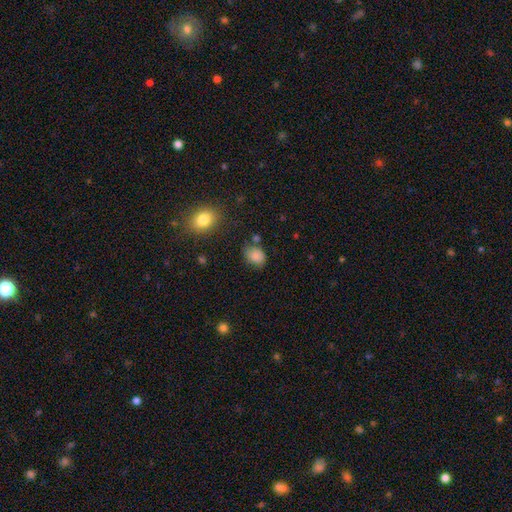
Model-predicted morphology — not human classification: smooth 84%, star or artifact 10%, featured or disk 6%. Down the decision tree: how rounded — in between (61%); merging — none (68%).